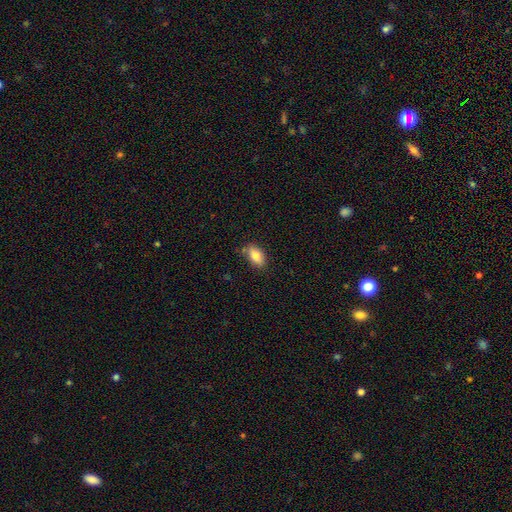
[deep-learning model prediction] Q: Smooth or featured?
A: smooth (83%); runner-up: featured or disk (10%)
Q: How rounded?
A: in between (91%); runner-up: round (6%)
Q: Merging?
A: none (78%); runner-up: minor disturbance (16%)